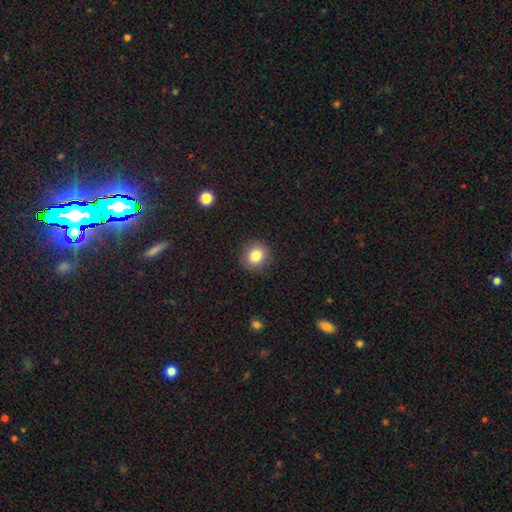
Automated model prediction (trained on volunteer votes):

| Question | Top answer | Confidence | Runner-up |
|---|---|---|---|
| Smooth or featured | smooth | 83% | star or artifact (10%) |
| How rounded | round | 85% | in between (14%) |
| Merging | none | 90% | minor disturbance (7%) |